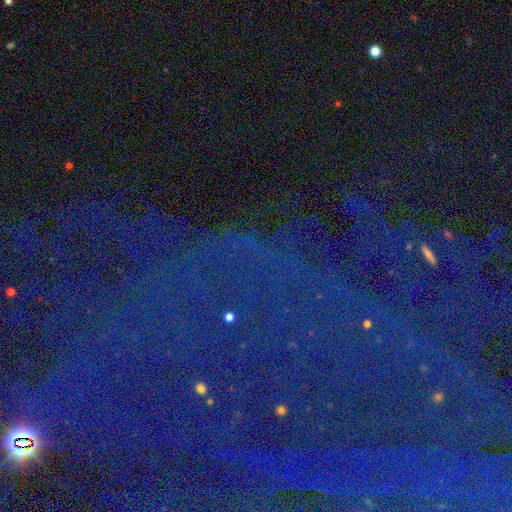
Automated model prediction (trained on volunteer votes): star or artifact 87%, featured or disk 7%, smooth 6%.